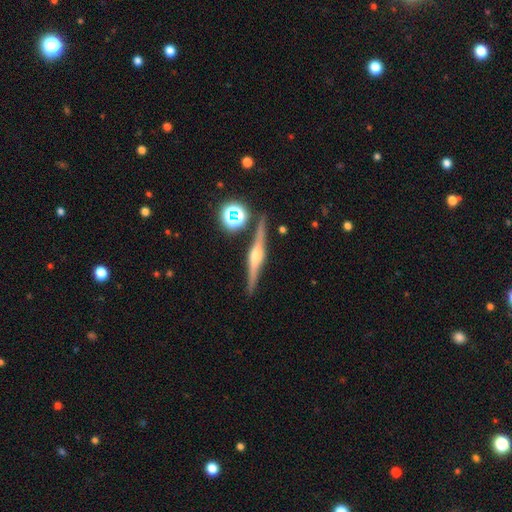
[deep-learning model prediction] Smooth or featured?
  - featured or disk: 80% *
  - smooth: 11%
  - star or artifact: 8%
Edge-on disk?
  - yes: 98% *
  - no: 2%
Edge-on bulge?
  - rounded: 86% *
  - boxy: 10%
  - none: 4%
Merging?
  - none: 89% *
  - minor disturbance: 7%
  - merger: 3%
  - major disturbance: 2%